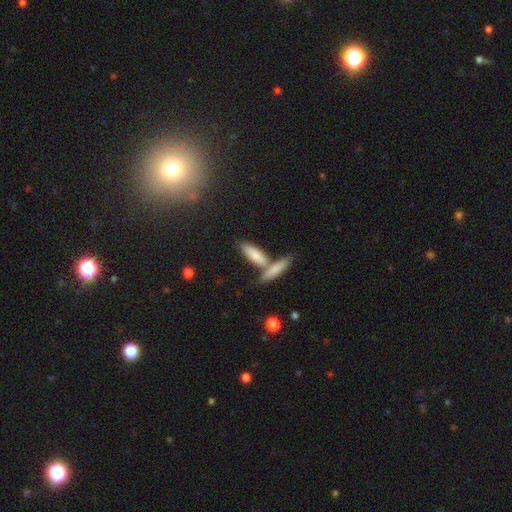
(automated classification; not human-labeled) The model was most divided on "how rounded": cigar-shaped: 52%, in between: 45%, round: 3%. More confident: smooth or featured — smooth (73%); merging — none (52%).